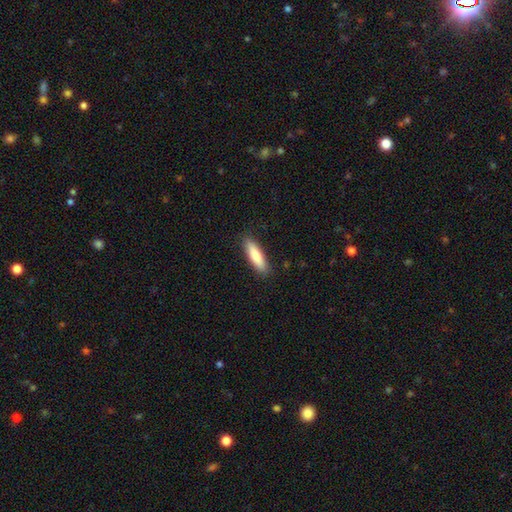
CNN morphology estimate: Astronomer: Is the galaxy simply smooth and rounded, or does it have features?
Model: smooth — 83%.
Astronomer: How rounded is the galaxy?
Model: cigar-shaped — 65%.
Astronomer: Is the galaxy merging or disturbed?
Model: none — 88%.